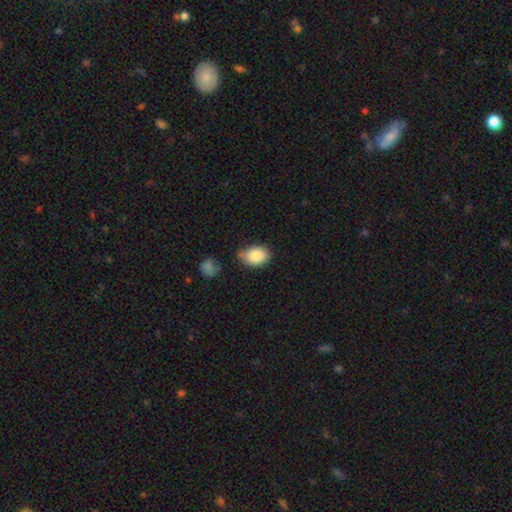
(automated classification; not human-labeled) Smooth or featured: smooth — 85% (featured or disk — 8%)
How rounded: in between — 75% (round — 24%)
Merging: none — 63% (minor disturbance — 26%)